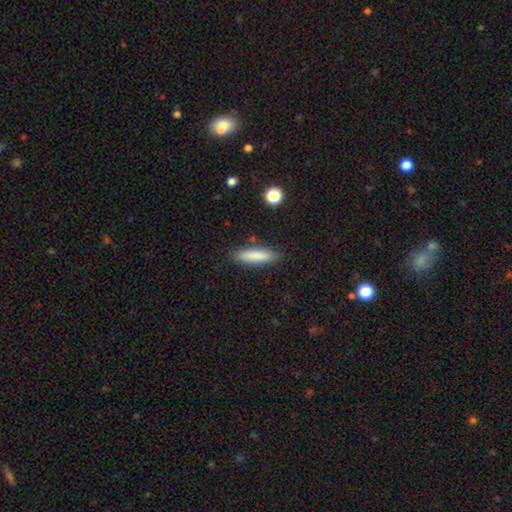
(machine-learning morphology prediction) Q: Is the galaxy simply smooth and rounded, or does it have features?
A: smooth — 84%.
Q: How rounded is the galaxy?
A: cigar-shaped — 75%.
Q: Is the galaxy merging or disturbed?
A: none — 87%.